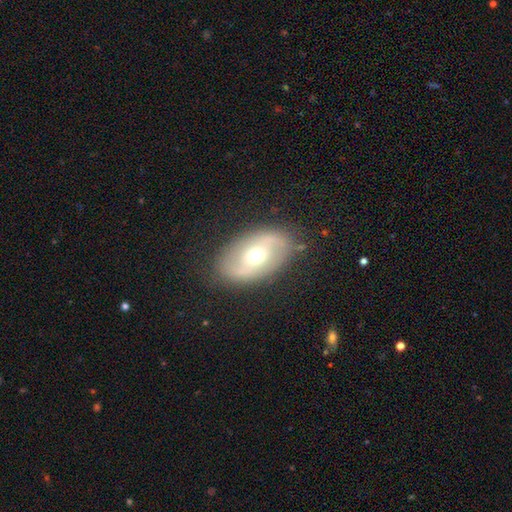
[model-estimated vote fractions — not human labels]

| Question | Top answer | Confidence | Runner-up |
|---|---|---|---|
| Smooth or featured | featured or disk | 67% | smooth (26%) |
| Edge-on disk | no | 94% | yes (6%) |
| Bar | no | 50% | weak (34%) |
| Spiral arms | yes | 75% | no (25%) |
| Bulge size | moderate | 67% | small (24%) |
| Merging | none | 83% | minor disturbance (12%) |